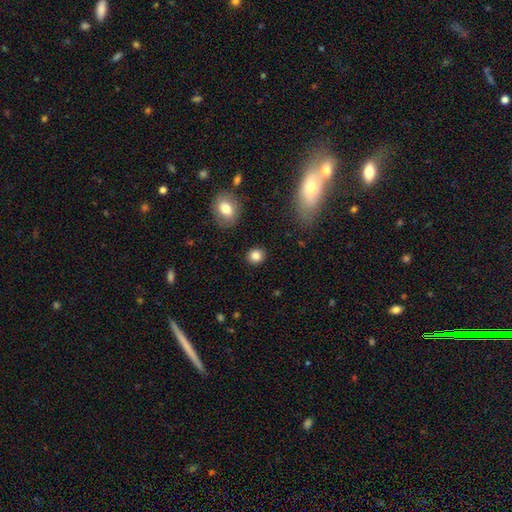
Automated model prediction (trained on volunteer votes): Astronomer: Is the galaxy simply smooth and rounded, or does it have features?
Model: smooth — 84%.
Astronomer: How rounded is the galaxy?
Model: round — 83%.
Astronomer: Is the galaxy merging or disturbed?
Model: none — 90%.